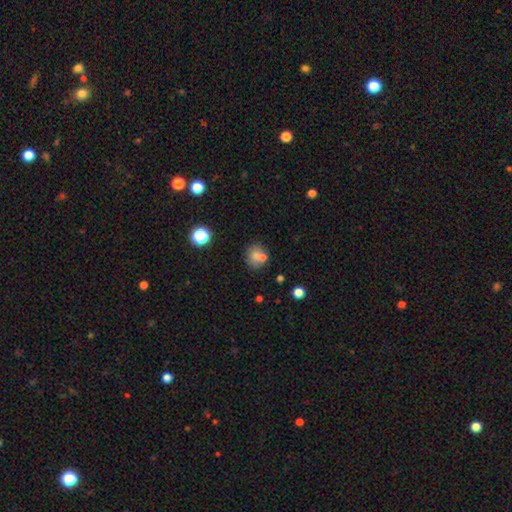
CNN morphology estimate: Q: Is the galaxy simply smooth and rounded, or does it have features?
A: smooth — 70%.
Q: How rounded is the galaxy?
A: round — 81%.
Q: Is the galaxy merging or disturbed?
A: none — 57%.